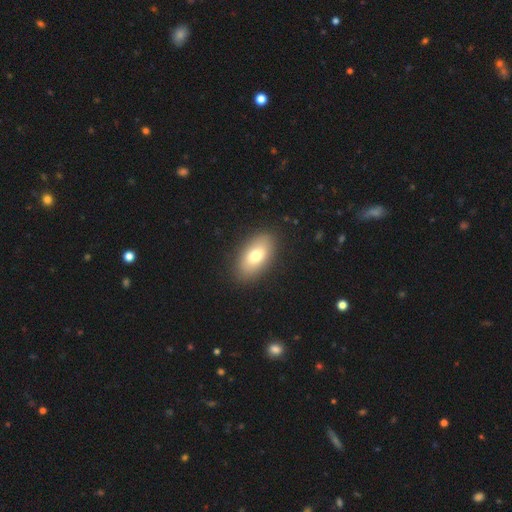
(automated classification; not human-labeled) A smooth galaxy with no disk features (75%) that is in between round and cigar-shaped (92%).

Vote fractions:
- Smooth or featured? smooth: 75% / featured or disk: 18% / star or artifact: 7%
- How rounded? in between: 92% / round: 5% / cigar-shaped: 3%
- Merging? none: 88% / minor disturbance: 8% / major disturbance: 2% / merger: 1%